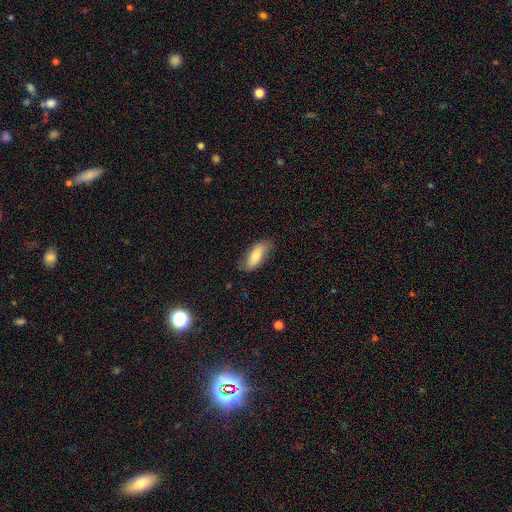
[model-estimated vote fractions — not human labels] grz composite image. It shows a smooth galaxy with no disk features (76%) that is in between round and cigar-shaped (75%). Merging: none (71%).